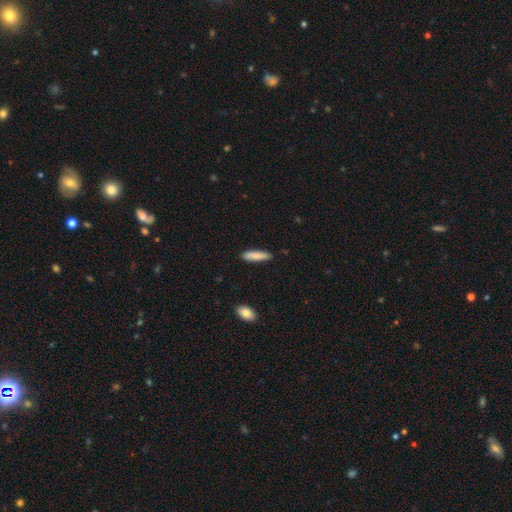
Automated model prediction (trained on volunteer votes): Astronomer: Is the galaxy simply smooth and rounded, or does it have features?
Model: smooth — 85%.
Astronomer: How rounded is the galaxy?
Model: cigar-shaped — 77%.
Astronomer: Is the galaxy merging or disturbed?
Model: none — 87%.